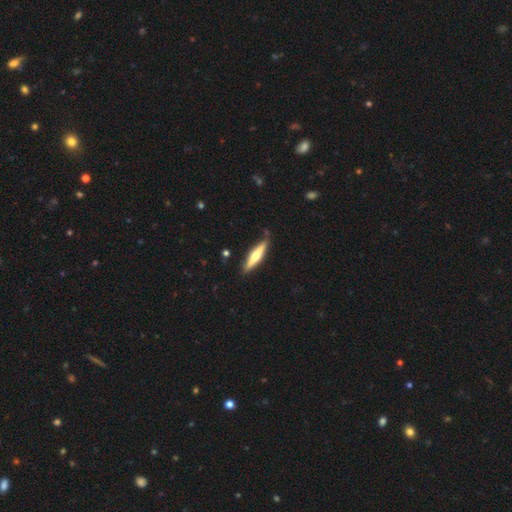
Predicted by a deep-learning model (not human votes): Morphology: type=featured or disk (57%); edge-on=yes (95%); edge-on bulge=rounded (87%); merging=none (83%).